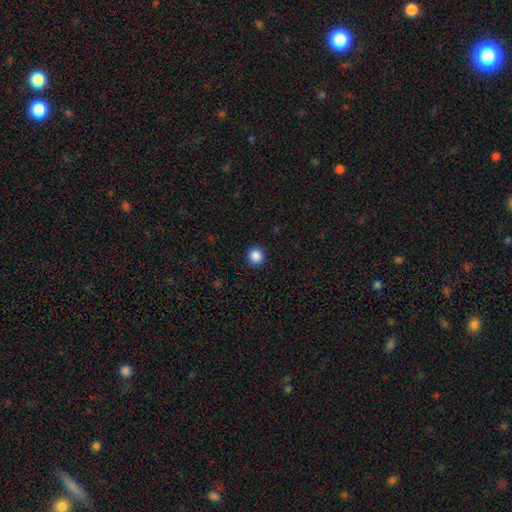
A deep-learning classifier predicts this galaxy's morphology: A smooth galaxy with no disk features (87%) that is round (95%).

Vote fractions:
- Smooth or featured? smooth: 87% / star or artifact: 11% / featured or disk: 3%
- How rounded? round: 95% / in between: 4% / cigar-shaped: 1%
- Merging? none: 92% / minor disturbance: 5% / major disturbance: 2% / merger: 1%